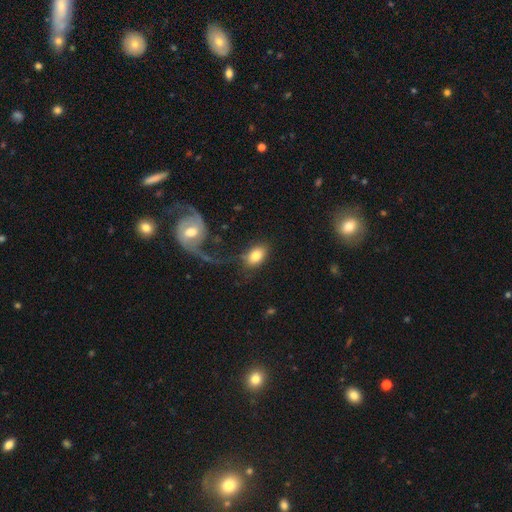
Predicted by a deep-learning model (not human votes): A smooth galaxy with no disk features (80%) that is in between round and cigar-shaped (88%). Merging: none (61%).